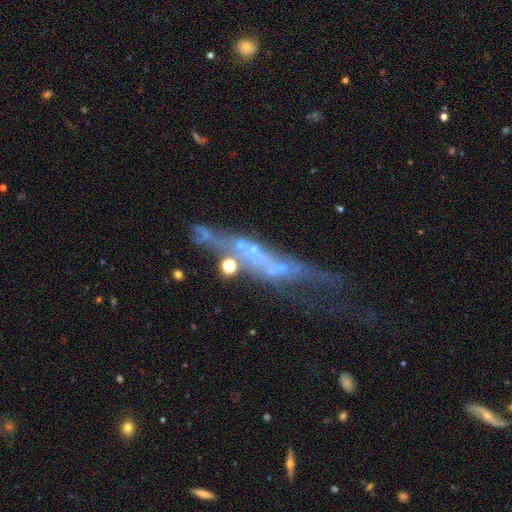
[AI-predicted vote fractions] Overall: featured or disk (60%). Edge-on disk: no (58%; yes 42%). Merging: none (34%; major disturbance 28%).